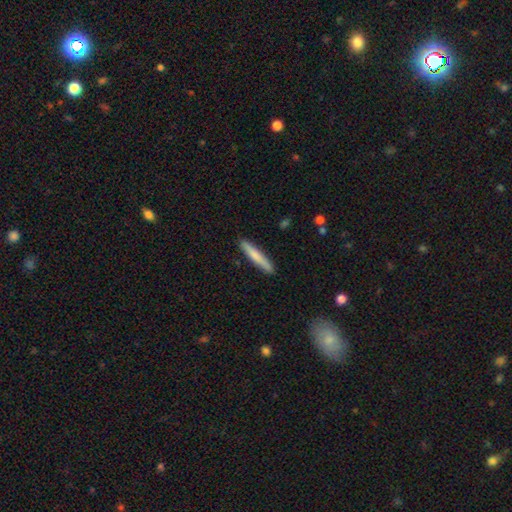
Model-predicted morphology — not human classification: Smooth or featured? Predicted: smooth (p=0.73). How rounded? Predicted: cigar-shaped (p=0.94). Merging? Predicted: none (p=0.90).